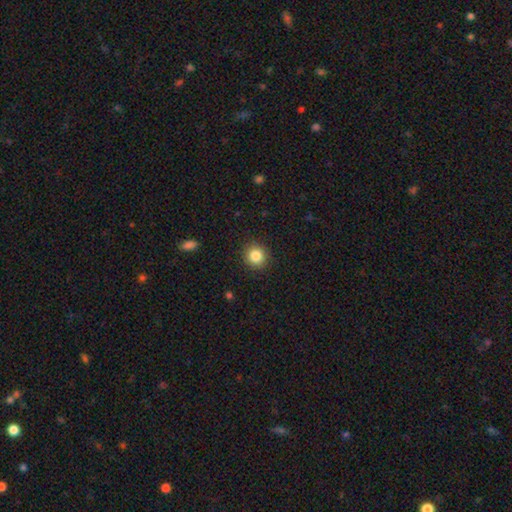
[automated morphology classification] This appears to be a smooth galaxy with no disk features (84%) that is round (92%). Merging: none (91%).